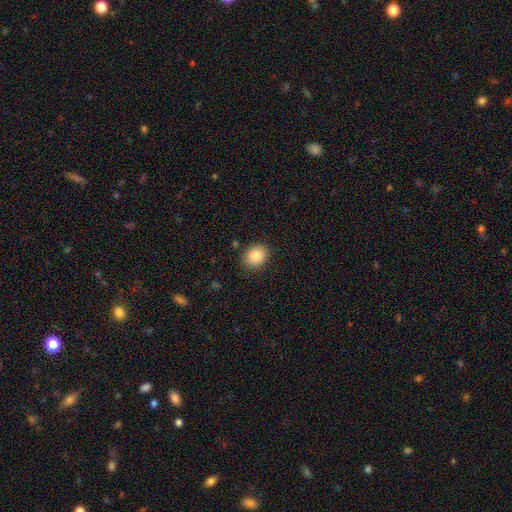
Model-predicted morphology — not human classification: This appears to be a smooth galaxy with no disk features (86%) that is round (60%). Merging: none (87%).